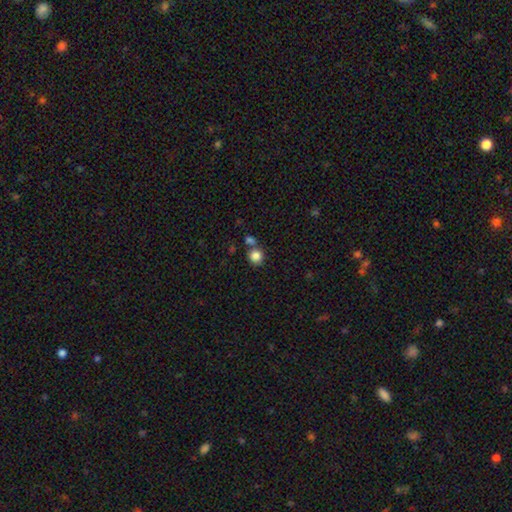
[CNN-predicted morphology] type=smooth (85%); roundness=round (91%); merging=none (69%).